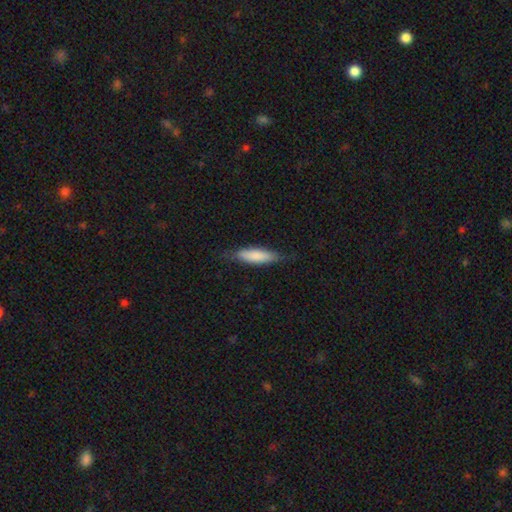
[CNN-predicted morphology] Smooth or featured: smooth — 79% (featured or disk — 16%)
How rounded: cigar-shaped — 61% (in between — 38%)
Merging: none — 74% (minor disturbance — 20%)